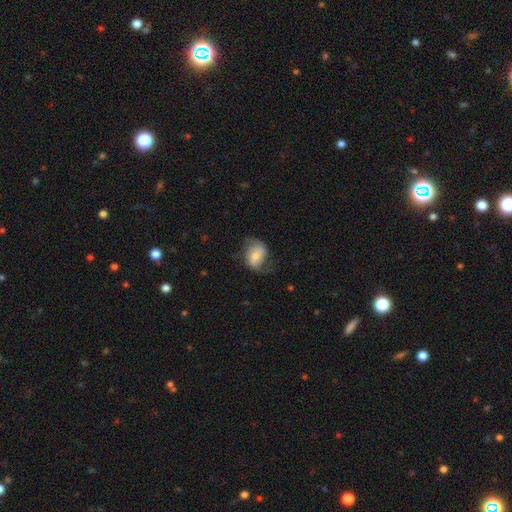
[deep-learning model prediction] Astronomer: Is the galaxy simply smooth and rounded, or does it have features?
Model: smooth — 50% (runner-up: featured or disk, 42%).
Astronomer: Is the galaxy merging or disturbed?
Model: none — 59%.